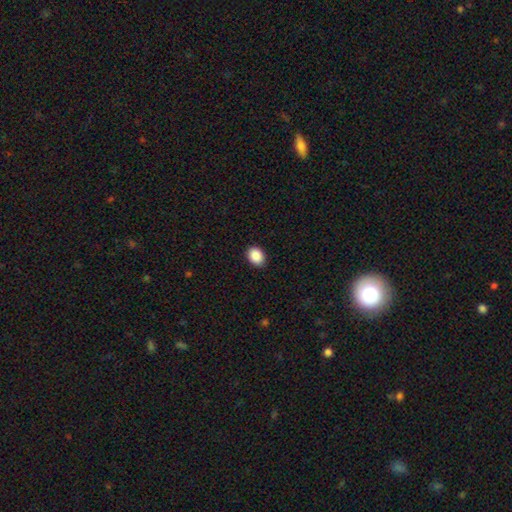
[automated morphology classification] A smooth galaxy with no disk features (90%) that is in between round and cigar-shaped (67%).

Vote fractions:
- Smooth or featured? smooth: 90% / star or artifact: 8% / featured or disk: 3%
- How rounded? in between: 67% / round: 33% / cigar-shaped: 1%
- Merging? none: 89% / minor disturbance: 8% / major disturbance: 2% / merger: 1%